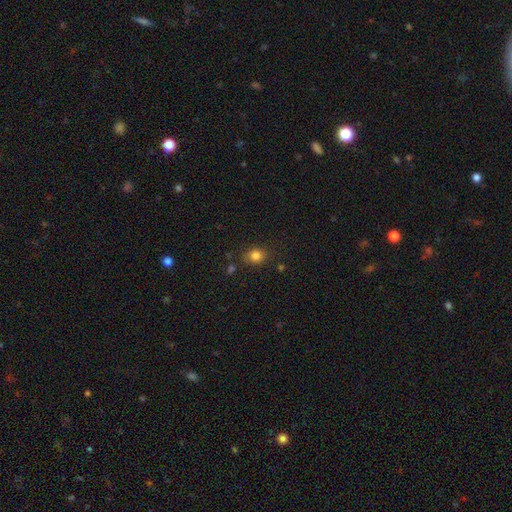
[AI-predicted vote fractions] This is clearly a smooth galaxy (82%). How rounded: possibly round (59%). Merging: likely none (79%).